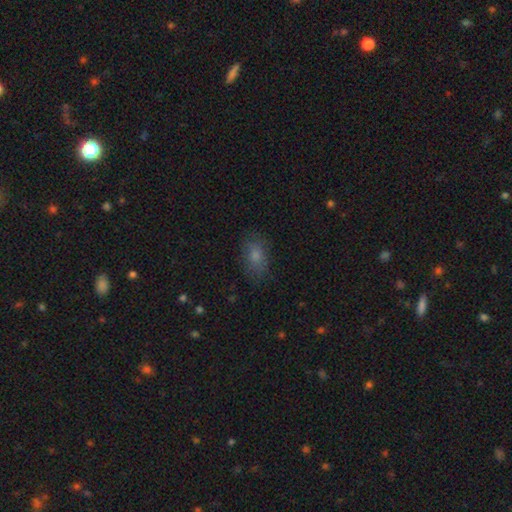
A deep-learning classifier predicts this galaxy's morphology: smooth 78%, featured or disk 12%, star or artifact 11%. Down the decision tree: how rounded — in between (85%); merging — none (76%).